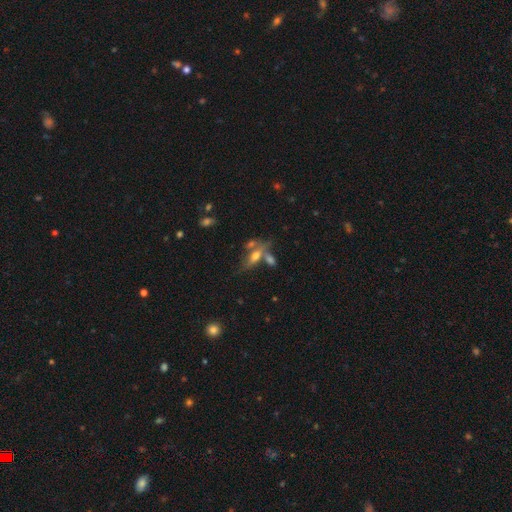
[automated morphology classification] This is possibly a smooth galaxy (50%). Merging: marginally none (44%).